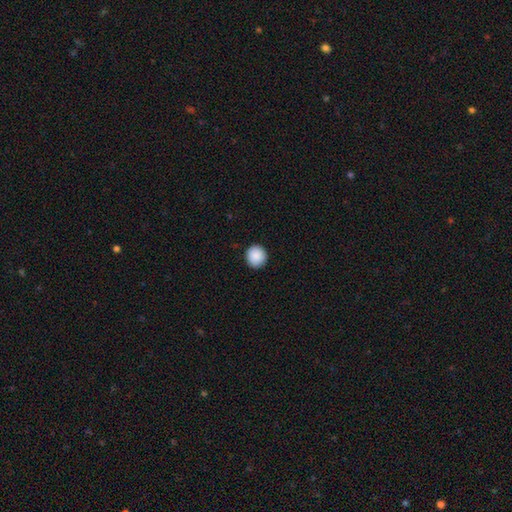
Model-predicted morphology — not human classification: The model was most divided on "smooth or featured": smooth: 89%, star or artifact: 8%, featured or disk: 3%. More confident: how rounded — round (93%); merging — none (92%).